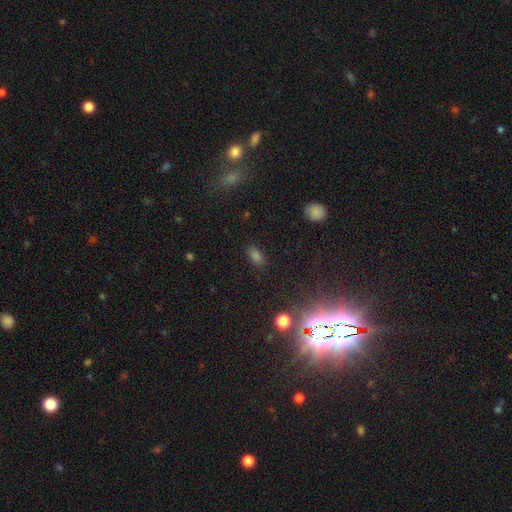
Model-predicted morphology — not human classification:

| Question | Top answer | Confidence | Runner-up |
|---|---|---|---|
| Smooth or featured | smooth | 65% | star or artifact (28%) |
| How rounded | in between | 85% | round (9%) |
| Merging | none | 84% | minor disturbance (11%) |